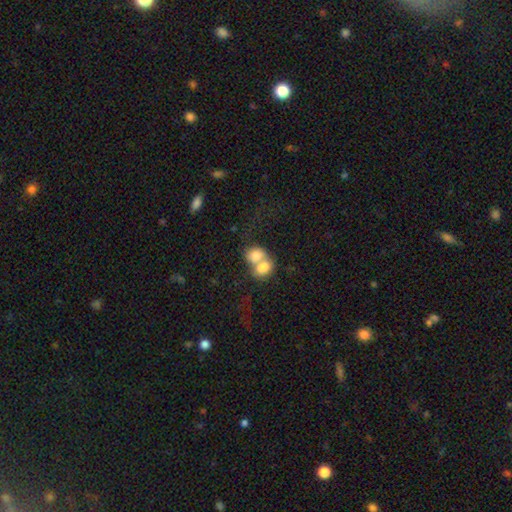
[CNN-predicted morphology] This appears to be a smooth galaxy with no disk features (76%) that is in between round and cigar-shaped (61%). Merging: merger (75%).